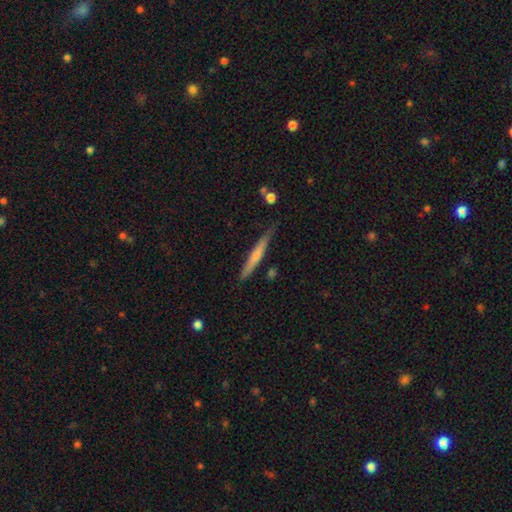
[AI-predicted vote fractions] This appears to be a smooth galaxy with no disk features (57%) that is cigar-shaped (95%). Merging: none (79%).